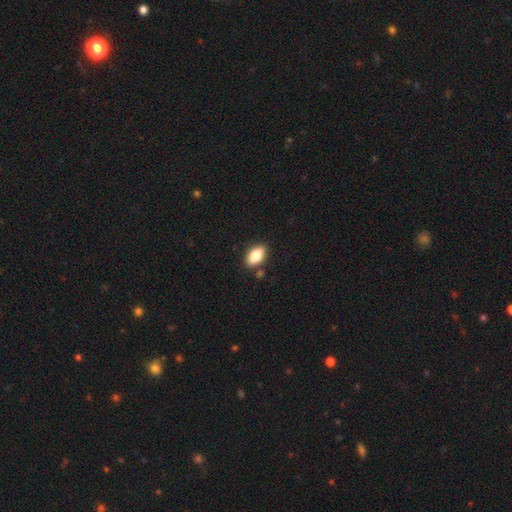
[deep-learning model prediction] Overall: smooth (81%). How rounded: in between (90%). Merging: none (83%).